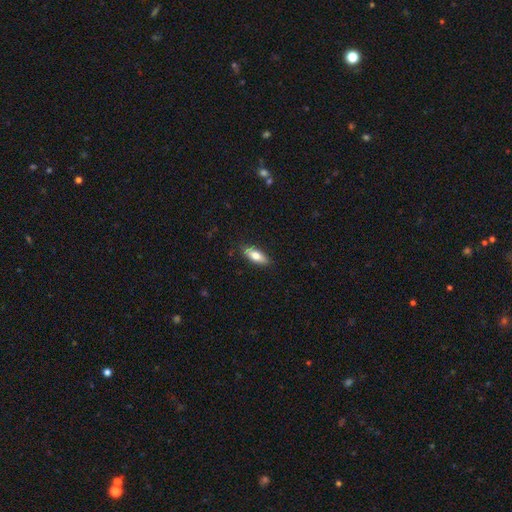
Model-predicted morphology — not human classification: A smooth galaxy with no disk features (72%) that is in between round and cigar-shaped (67%).

Vote fractions:
- Smooth or featured? smooth: 72% / featured or disk: 22% / star or artifact: 6%
- How rounded? in between: 67% / cigar-shaped: 31% / round: 2%
- Merging? none: 86% / minor disturbance: 11% / major disturbance: 2% / merger: 1%